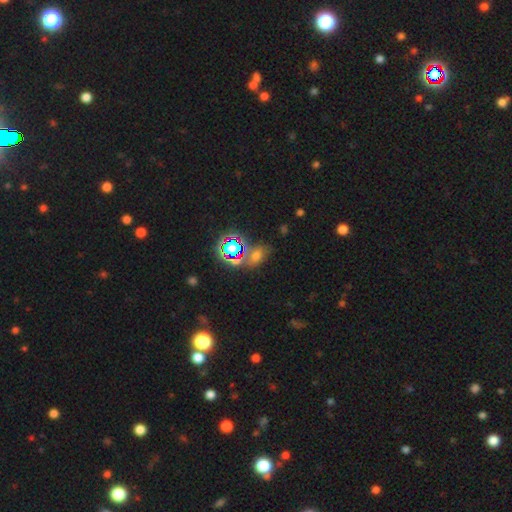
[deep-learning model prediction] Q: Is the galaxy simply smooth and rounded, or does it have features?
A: smooth — 49%.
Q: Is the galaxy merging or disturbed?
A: none — 63%.